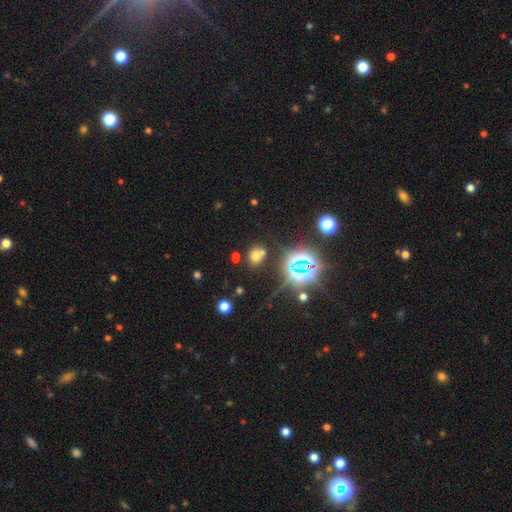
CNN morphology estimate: Smooth or featured: smooth — 55% (star or artifact — 33%)
How rounded: round — 62% (in between — 36%)
Merging: none — 62% (merger — 23%)